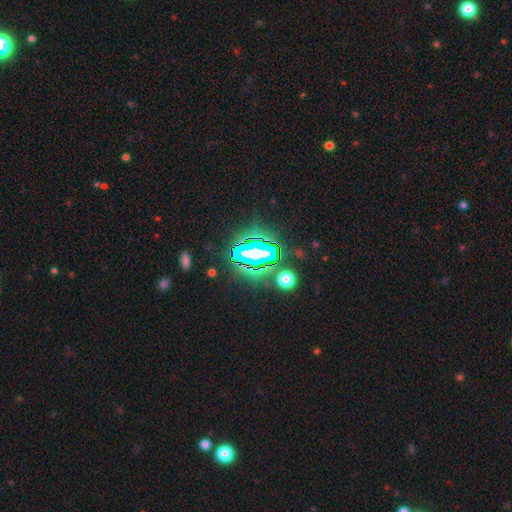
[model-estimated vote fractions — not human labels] star or artifact 74%, smooth 13%, featured or disk 13%.